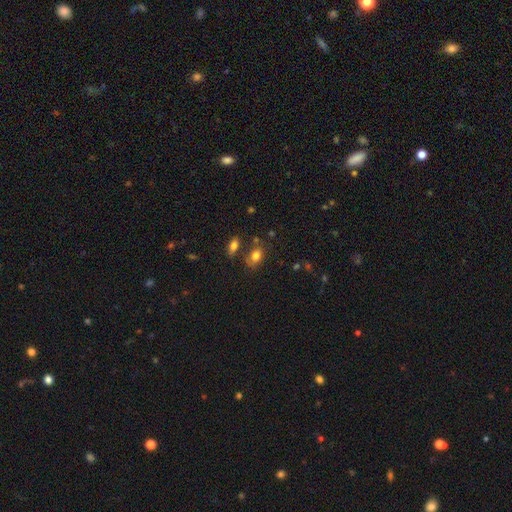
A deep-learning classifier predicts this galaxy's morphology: This appears to be a smooth galaxy with no disk features (78%) that is in between round and cigar-shaped (78%). Merging: none (63%).